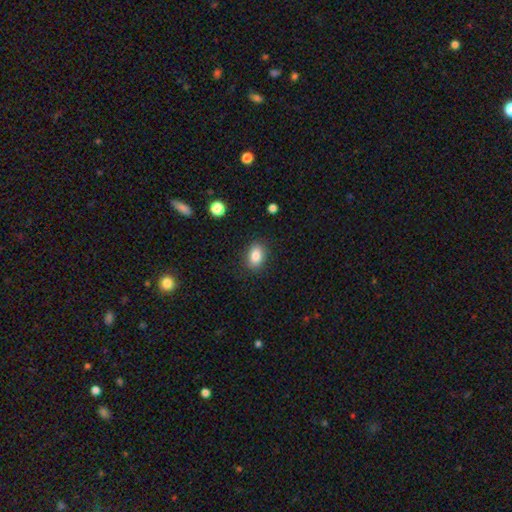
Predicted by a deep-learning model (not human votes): Smooth or featured? Predicted: smooth (p=0.85). How rounded? Predicted: in between (p=0.79). Merging? Predicted: none (p=0.87).